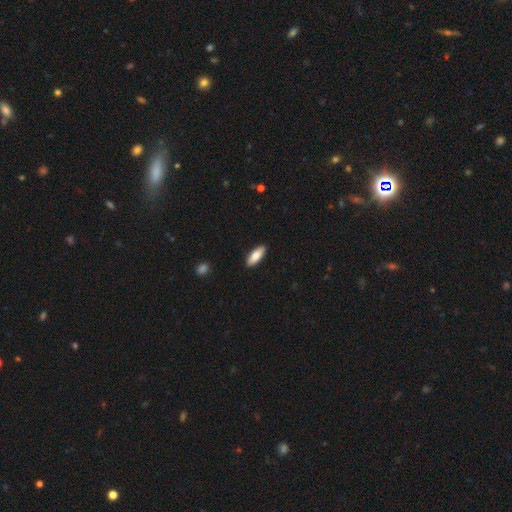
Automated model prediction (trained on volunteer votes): smooth-or-featured: smooth: 83% | featured or disk: 12% | star or artifact: 5%
  how-rounded: in between: 69% | cigar-shaped: 30% | round: 2%
  merging: none: 90% | minor disturbance: 8% | major disturbance: 2% | merger: 1%